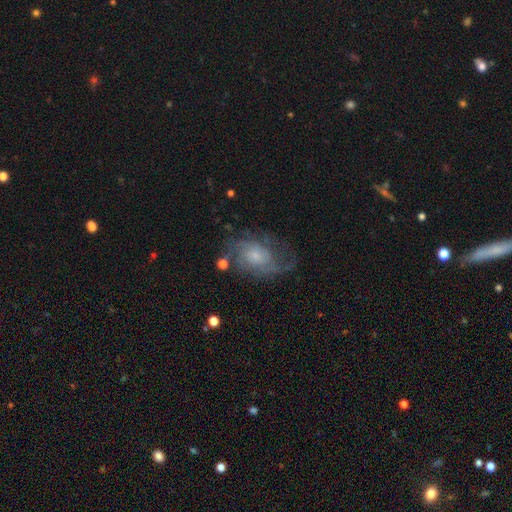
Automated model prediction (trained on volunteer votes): smooth_or_featured: featured or disk (p=0.77) [alt: smooth p=0.15]
disk_edge_on: no (p=0.97) [alt: yes p=0.03]
bar: no (p=0.73) [alt: weak p=0.23]
has_spiral_arms: yes (p=0.91) [alt: no p=0.09]
spiral_winding: medium (p=0.44) [alt: tight p=0.32]
spiral_arm_count: 2 (p=0.43) [alt: can't tell p=0.26]
bulge_size: small (p=0.61) [alt: moderate p=0.24]
merging: none (p=0.61) [alt: minor disturbance p=0.20]